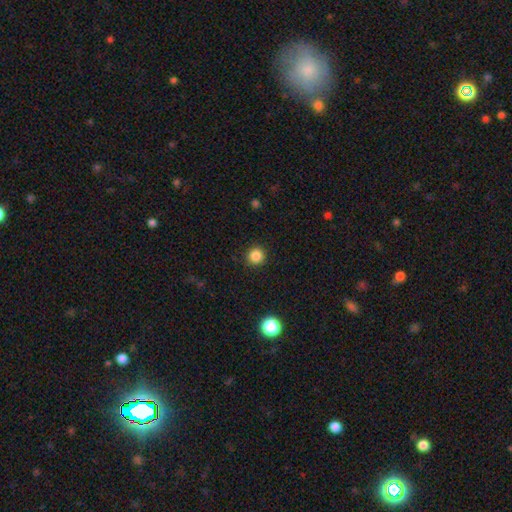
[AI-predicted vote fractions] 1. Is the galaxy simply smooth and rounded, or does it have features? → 85% smooth, 11% star or artifact, 4% featured or disk.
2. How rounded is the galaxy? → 94% round, 5% in between, 1% cigar-shaped.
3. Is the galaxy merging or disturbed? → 92% none, 5% minor disturbance, 2% major disturbance, 1% merger.